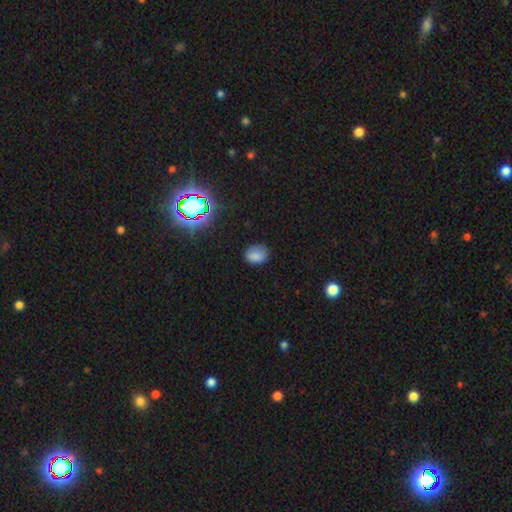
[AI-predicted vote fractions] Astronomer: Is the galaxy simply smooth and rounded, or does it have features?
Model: smooth — 79%.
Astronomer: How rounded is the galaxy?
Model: in between — 67%.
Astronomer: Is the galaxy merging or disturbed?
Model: none — 70%.